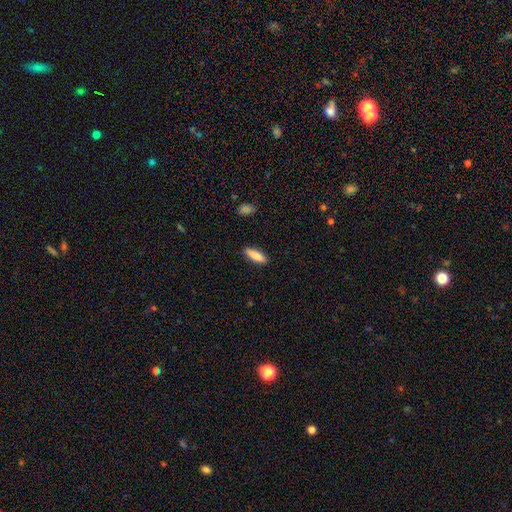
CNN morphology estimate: Smooth or featured? smooth (83%)
How rounded? cigar-shaped (60%)
Merging? none (89%)